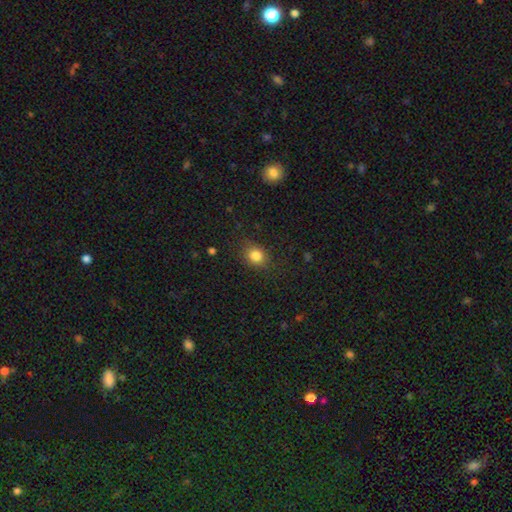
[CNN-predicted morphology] Q: Smooth or featured?
A: smooth (83%); runner-up: star or artifact (11%)
Q: How rounded?
A: round (62%); runner-up: in between (37%)
Q: Merging?
A: none (84%); runner-up: minor disturbance (11%)